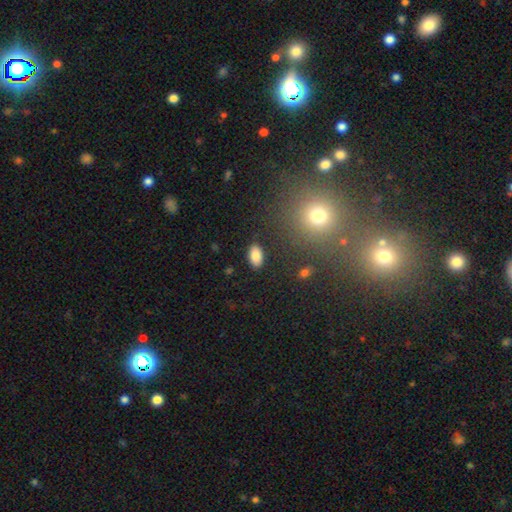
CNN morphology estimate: The model was most divided on "smooth or featured": smooth: 85%, star or artifact: 9%, featured or disk: 6%. More confident: how rounded — in between (93%); merging — none (87%).